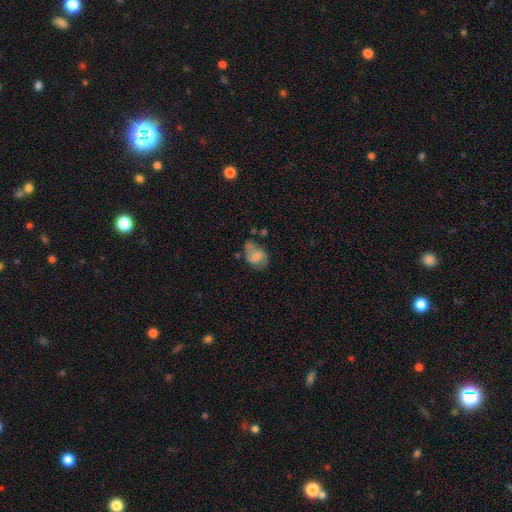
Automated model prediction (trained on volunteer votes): Smooth or featured? Predicted: smooth (p=0.61). How rounded? Predicted: in between (p=0.73). Merging? Predicted: none (p=0.37).